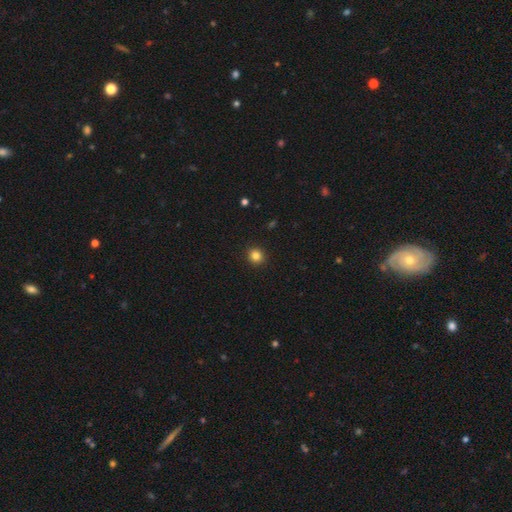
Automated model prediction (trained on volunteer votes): A smooth galaxy with no disk features (84%) that is round (90%).

Vote fractions:
- Smooth or featured? smooth: 84% / star or artifact: 12% / featured or disk: 4%
- How rounded? round: 90% / in between: 9% / cigar-shaped: 1%
- Merging? none: 93% / minor disturbance: 5% / major disturbance: 2% / merger: 1%